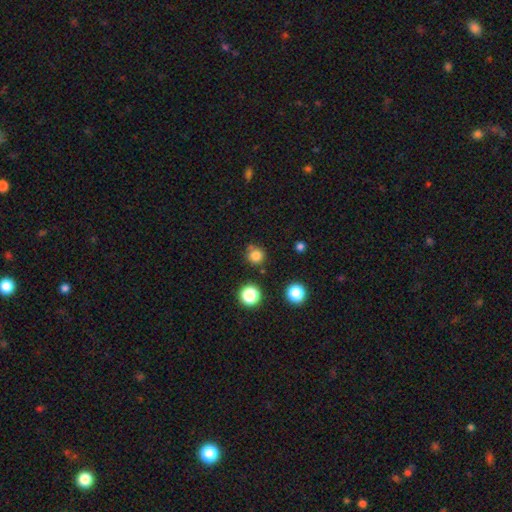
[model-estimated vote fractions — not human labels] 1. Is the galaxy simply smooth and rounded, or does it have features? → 80% smooth, 15% star or artifact, 5% featured or disk.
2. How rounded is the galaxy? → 92% round, 7% in between, 1% cigar-shaped.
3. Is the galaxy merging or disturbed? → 76% none, 13% minor disturbance, 7% merger, 4% major disturbance.